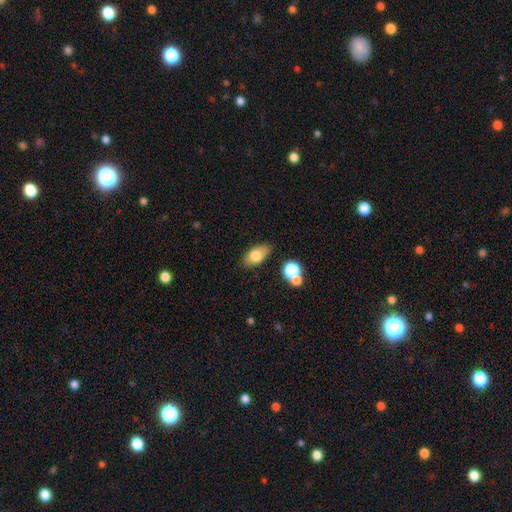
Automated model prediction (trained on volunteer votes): Smooth or featured? smooth (74%)
How rounded? in between (87%)
Merging? none (82%)